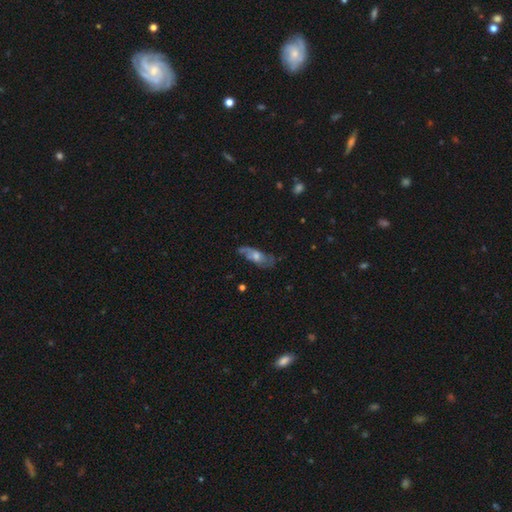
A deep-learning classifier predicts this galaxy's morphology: Smooth or featured? Predicted: featured or disk (p=0.57). Edge-on disk? Predicted: no (p=0.78). Merging? Predicted: none (p=0.60).